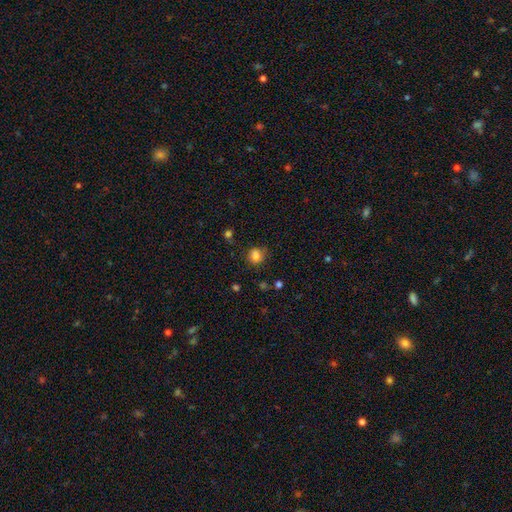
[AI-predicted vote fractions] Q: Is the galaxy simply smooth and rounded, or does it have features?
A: smooth — 81%.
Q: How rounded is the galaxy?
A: round — 78%.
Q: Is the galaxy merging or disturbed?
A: none — 68%.